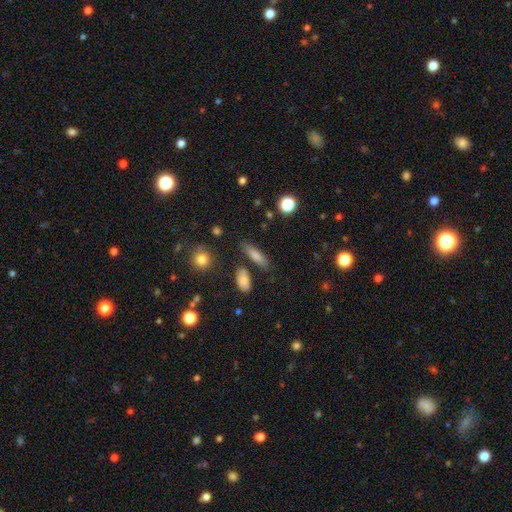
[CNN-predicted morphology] A smooth galaxy with no disk features (78%) that is cigar-shaped (52%). Merging: none (77%).